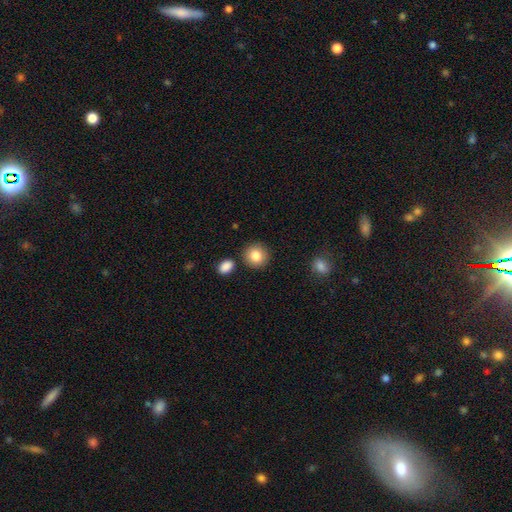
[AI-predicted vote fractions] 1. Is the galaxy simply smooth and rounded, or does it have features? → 84% smooth, 8% star or artifact, 7% featured or disk.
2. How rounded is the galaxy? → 87% round, 12% in between, 1% cigar-shaped.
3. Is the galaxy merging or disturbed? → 84% none, 8% minor disturbance, 5% merger, 2% major disturbance.